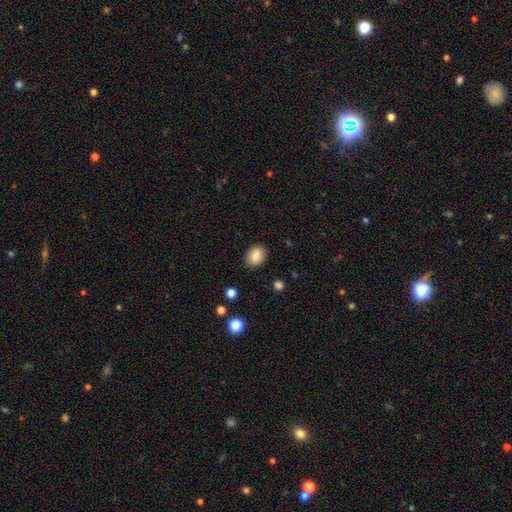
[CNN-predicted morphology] Smooth or featured? smooth (84%)
How rounded? in between (57%)
Merging? none (87%)